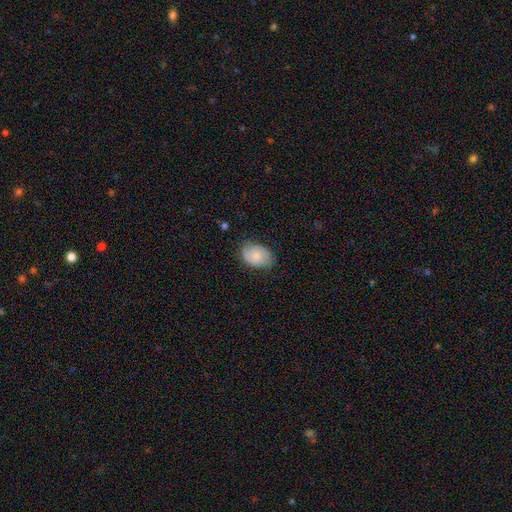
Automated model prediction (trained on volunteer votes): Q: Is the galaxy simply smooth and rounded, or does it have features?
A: smooth — 59%.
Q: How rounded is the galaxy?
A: in between — 79%.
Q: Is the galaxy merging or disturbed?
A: none — 70%.